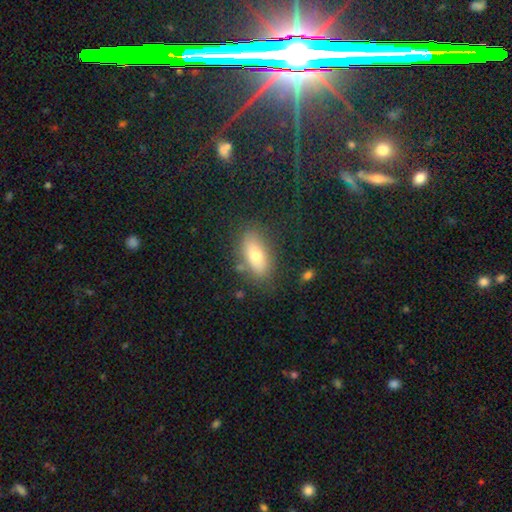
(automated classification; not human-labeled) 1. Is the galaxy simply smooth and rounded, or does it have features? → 69% smooth, 19% featured or disk, 12% star or artifact.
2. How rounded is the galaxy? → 85% in between, 10% cigar-shaped, 5% round.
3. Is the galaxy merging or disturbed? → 81% none, 12% minor disturbance, 4% major disturbance, 3% merger.